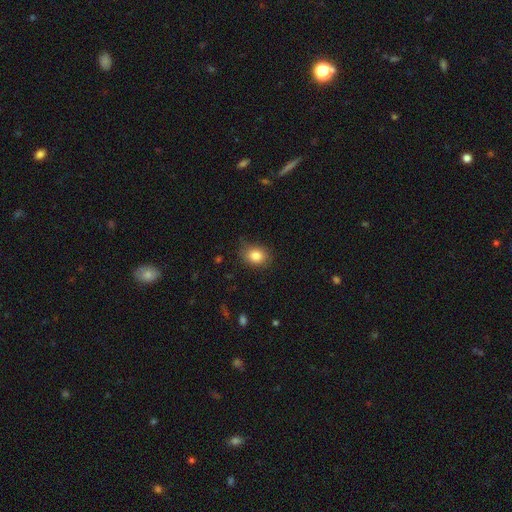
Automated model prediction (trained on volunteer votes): A smooth galaxy with no disk features (84%) that is in between round and cigar-shaped (57%).

Vote fractions:
- Smooth or featured? smooth: 84% / star or artifact: 9% / featured or disk: 7%
- How rounded? in between: 57% / round: 42% / cigar-shaped: 1%
- Merging? none: 78% / minor disturbance: 17% / major disturbance: 4% / merger: 1%